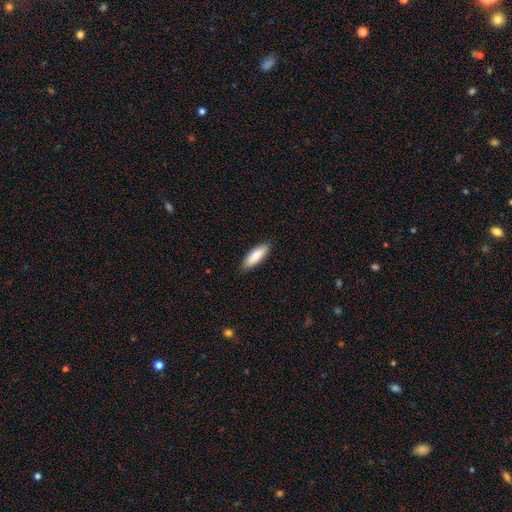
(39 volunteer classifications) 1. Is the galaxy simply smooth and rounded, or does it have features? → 79% smooth, 13% featured or disk, 8% star or artifact.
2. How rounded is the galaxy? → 55% cigar-shaped, 42% in between, 3% round.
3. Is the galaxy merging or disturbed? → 78% none, 14% minor disturbance, 6% merger, 3% major disturbance.